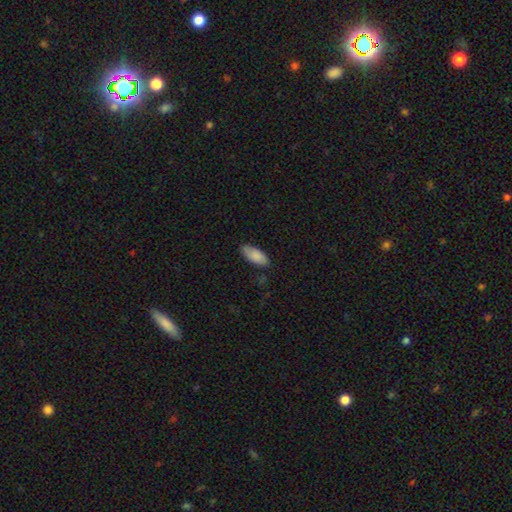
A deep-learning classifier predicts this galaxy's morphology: Smooth or featured?
  - smooth: 87% *
  - featured or disk: 7%
  - star or artifact: 6%
How rounded?
  - in between: 86% *
  - cigar-shaped: 12%
  - round: 2%
Merging?
  - none: 79% *
  - minor disturbance: 17%
  - major disturbance: 3%
  - merger: 1%